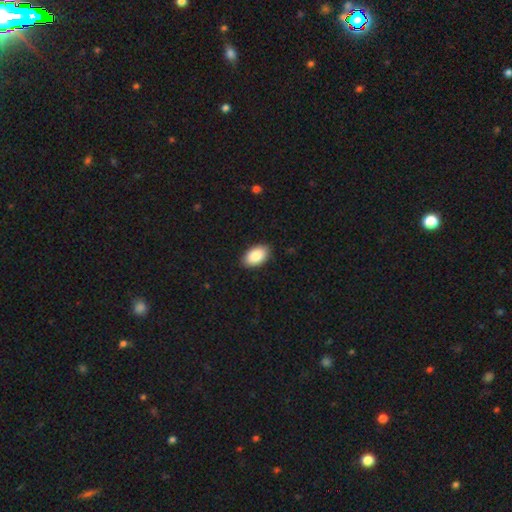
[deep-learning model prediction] smooth_or_featured: smooth (p=0.88) [alt: star or artifact p=0.06]
how_rounded: in between (p=0.94) [alt: round p=0.04]
merging: none (p=0.89) [alt: minor disturbance p=0.08]